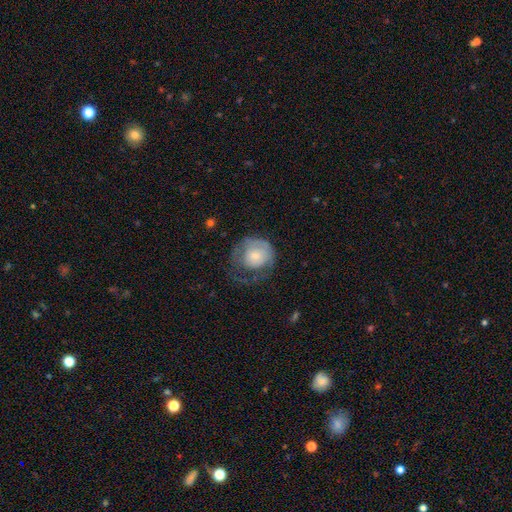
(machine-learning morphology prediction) This is possibly a smooth galaxy (52%). How rounded: clearly round (81%). Merging: marginally major disturbance (39%).